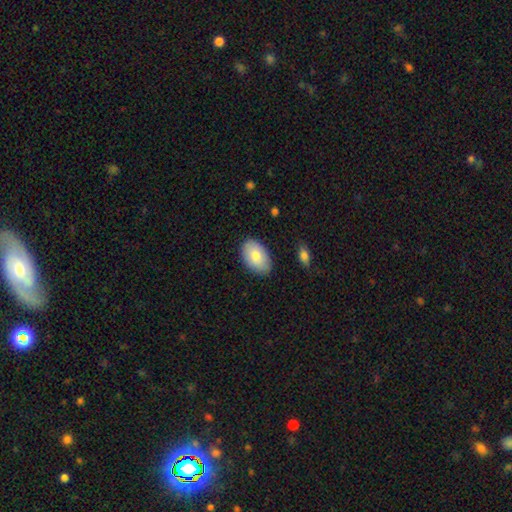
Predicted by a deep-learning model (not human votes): smooth-or-featured: smooth: 82% | featured or disk: 12% | star or artifact: 6%
  how-rounded: in between: 93% | round: 6% | cigar-shaped: 1%
  merging: none: 85% | minor disturbance: 12% | major disturbance: 2% | merger: 1%